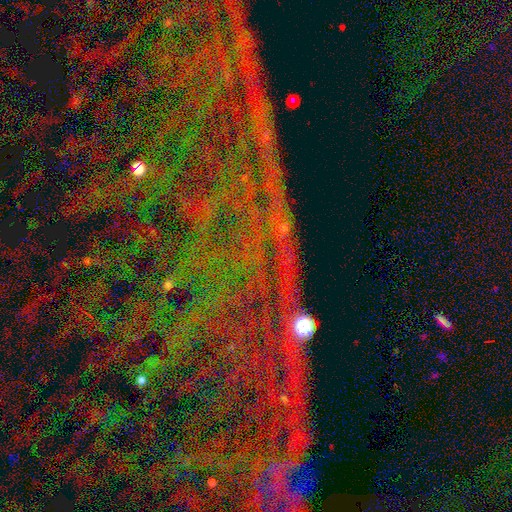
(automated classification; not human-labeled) star or artifact 83%, featured or disk 9%, smooth 7%.